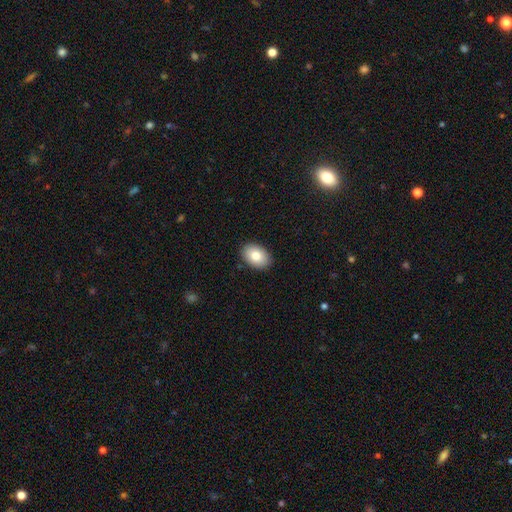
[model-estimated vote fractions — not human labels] Smooth or featured?
  - smooth: 81% *
  - featured or disk: 11%
  - star or artifact: 7%
How rounded?
  - in between: 83% *
  - round: 16%
  - cigar-shaped: 1%
Merging?
  - none: 89% *
  - minor disturbance: 8%
  - major disturbance: 2%
  - merger: 1%